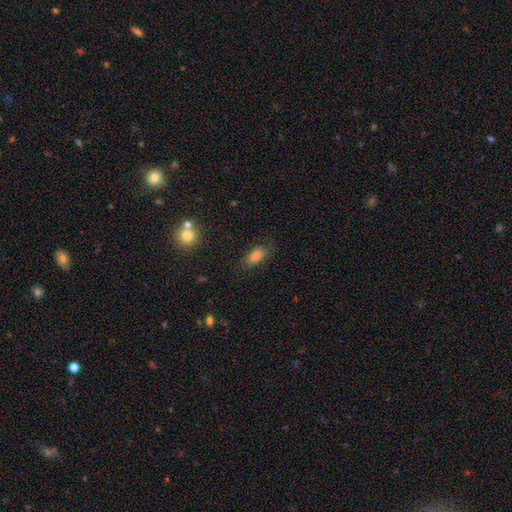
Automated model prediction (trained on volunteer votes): This appears to be a smooth galaxy with no disk features (76%) that is in between round and cigar-shaped (81%). Merging: none (79%).